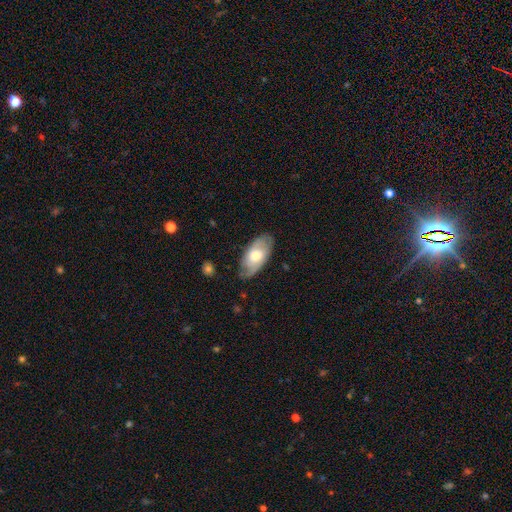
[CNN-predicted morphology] Smooth or featured?
  - featured or disk: 48% *
  - smooth: 46%
  - star or artifact: 6%
Merging?
  - none: 73% *
  - minor disturbance: 21%
  - major disturbance: 5%
  - merger: 1%